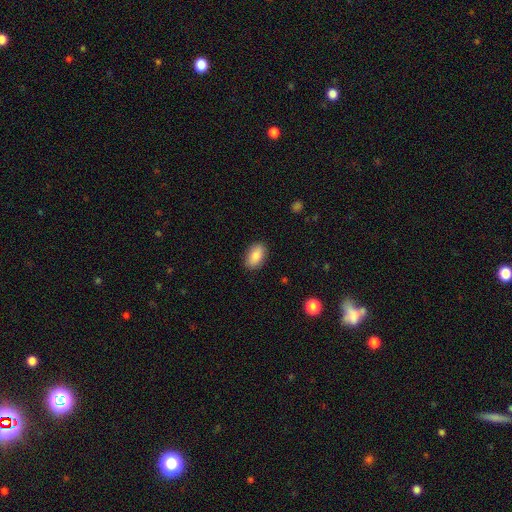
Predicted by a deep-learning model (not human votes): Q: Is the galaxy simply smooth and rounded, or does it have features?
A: smooth — 86%.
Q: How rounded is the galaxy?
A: in between — 92%.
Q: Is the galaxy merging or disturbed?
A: none — 87%.